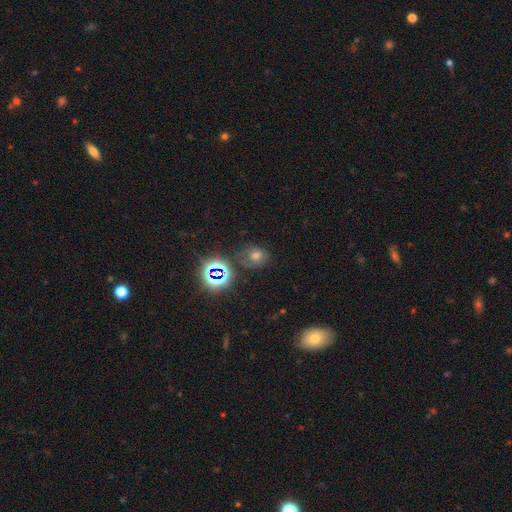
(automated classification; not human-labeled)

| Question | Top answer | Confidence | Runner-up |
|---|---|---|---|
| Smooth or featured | smooth | 50% | star or artifact (35%) |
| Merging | none | 72% | minor disturbance (17%) |